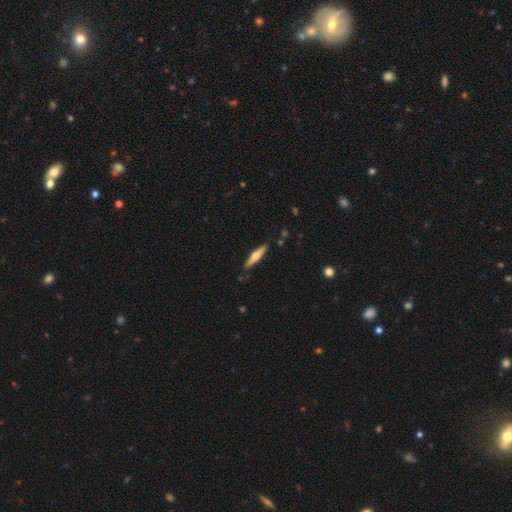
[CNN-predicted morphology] Smooth or featured? smooth (48%)
Merging? none (87%)